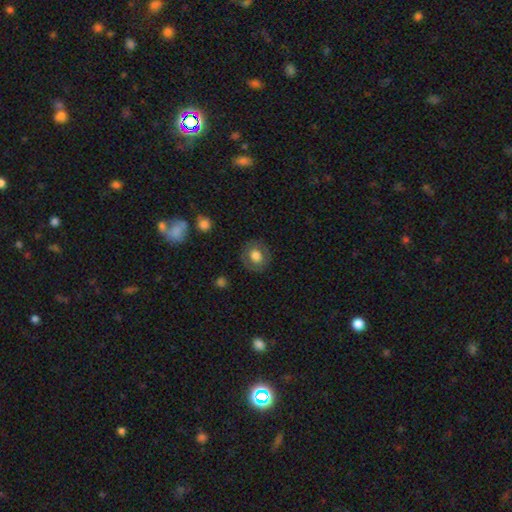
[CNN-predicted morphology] The model was most divided on "smooth or featured": smooth: 70%, featured or disk: 22%, star or artifact: 8%. More confident: merging — none (82%); how rounded — round (74%).